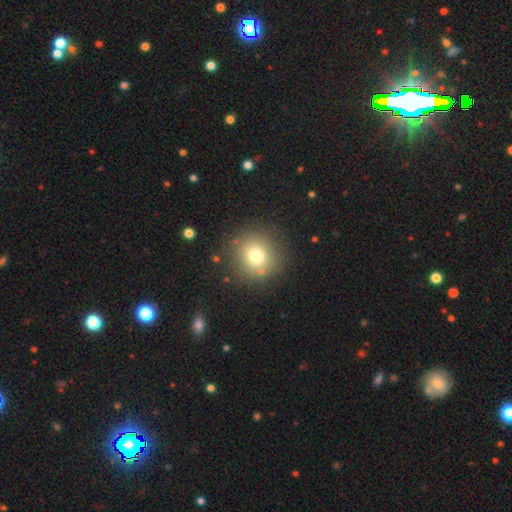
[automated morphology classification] Smooth or featured: smooth — 73% (star or artifact — 15%)
How rounded: round — 92% (in between — 7%)
Merging: none — 85% (minor disturbance — 8%)